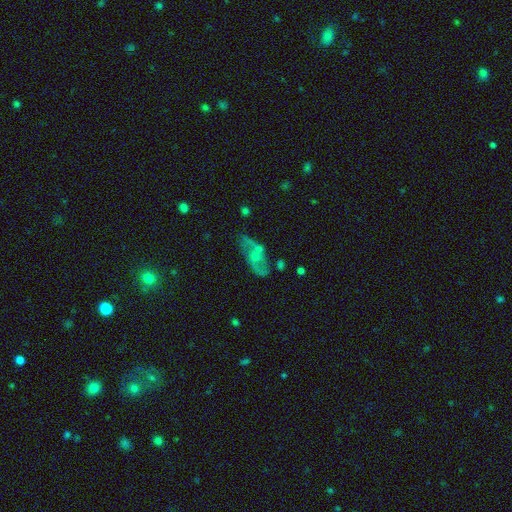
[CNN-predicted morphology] Smooth or featured? Predicted: featured or disk (p=0.65). Edge-on disk? Predicted: no (p=0.88). Bar? Predicted: no (p=0.73). Spiral arms? Predicted: yes (p=0.66). Bulge size? Predicted: small (p=0.51). Merging? Predicted: none (p=0.56).